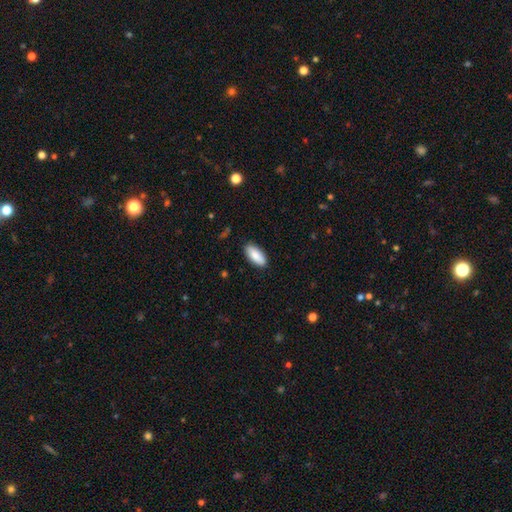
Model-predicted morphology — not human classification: Smooth or featured? Predicted: smooth (p=0.87). How rounded? Predicted: in between (p=0.87). Merging? Predicted: none (p=0.88).